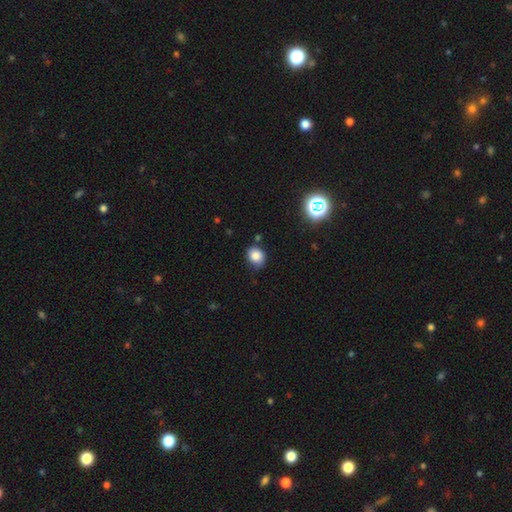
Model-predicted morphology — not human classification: Q: Smooth or featured?
A: smooth (82%); runner-up: star or artifact (11%)
Q: How rounded?
A: round (65%); runner-up: in between (34%)
Q: Merging?
A: none (67%); runner-up: minor disturbance (24%)